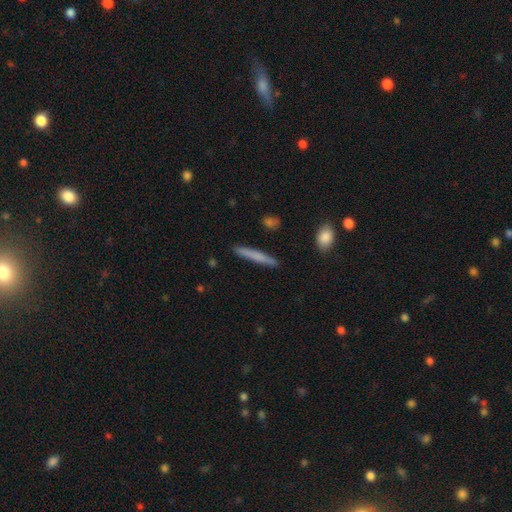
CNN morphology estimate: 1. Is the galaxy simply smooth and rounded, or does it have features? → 71% smooth, 23% featured or disk, 6% star or artifact.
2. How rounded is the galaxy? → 96% cigar-shaped, 3% in between, 1% round.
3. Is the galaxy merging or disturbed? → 90% none, 7% minor disturbance, 2% major disturbance, 2% merger.